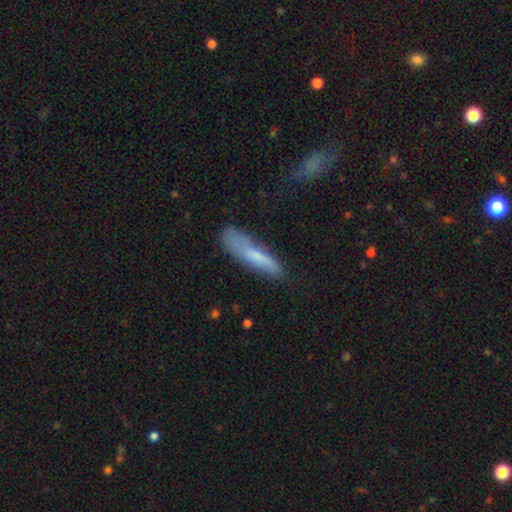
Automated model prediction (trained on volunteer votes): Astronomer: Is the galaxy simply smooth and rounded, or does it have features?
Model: smooth — 66%.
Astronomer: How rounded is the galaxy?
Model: cigar-shaped — 78%.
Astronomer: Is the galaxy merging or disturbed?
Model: none — 58%.